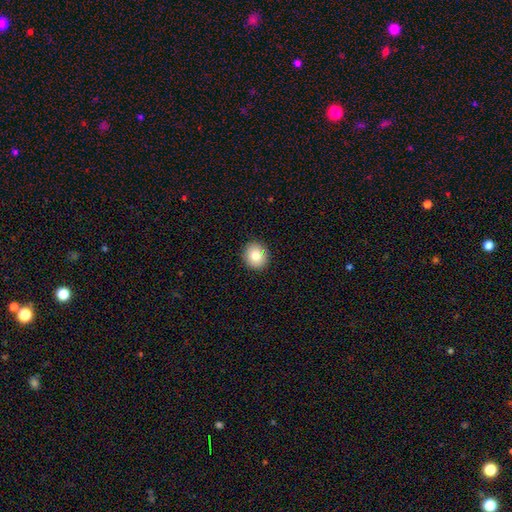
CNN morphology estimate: smooth-or-featured: smooth: 82% | star or artifact: 9% | featured or disk: 9%
  how-rounded: round: 85% | in between: 14% | cigar-shaped: 1%
  merging: none: 90% | minor disturbance: 7% | major disturbance: 2% | merger: 1%